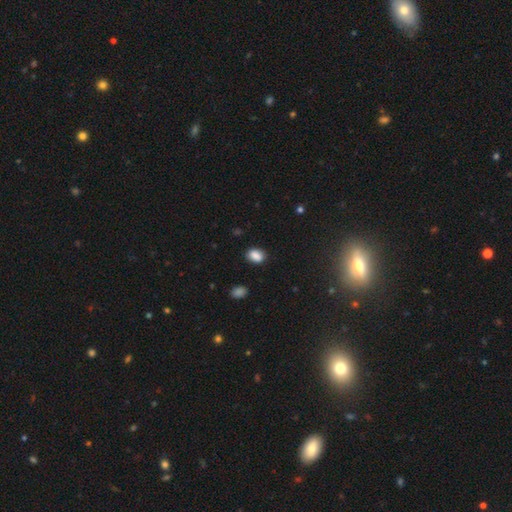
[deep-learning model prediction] Smooth or featured? smooth (87%)
How rounded? in between (74%)
Merging? none (82%)